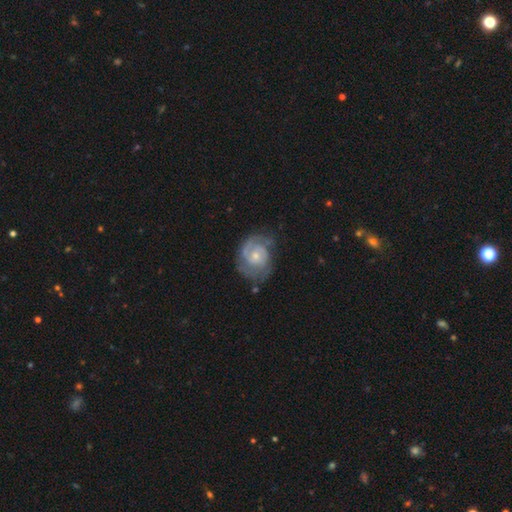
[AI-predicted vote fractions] smooth_or_featured: featured or disk (p=0.78) [alt: smooth p=0.17]
disk_edge_on: no (p=0.98) [alt: yes p=0.02]
bar: no (p=0.72) [alt: weak p=0.24]
has_spiral_arms: yes (p=0.91) [alt: no p=0.09]
spiral_winding: tight (p=0.55) [alt: medium p=0.34]
spiral_arm_count: 2 (p=0.52) [alt: can't tell p=0.23]
bulge_size: small (p=0.56) [alt: moderate p=0.38]
merging: none (p=0.60) [alt: minor disturbance p=0.24]